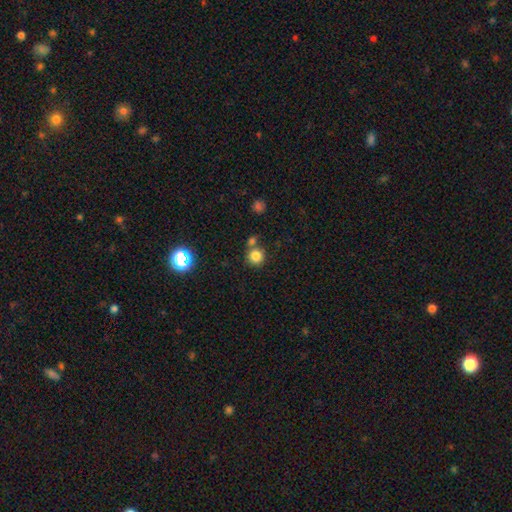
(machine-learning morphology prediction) A smooth galaxy with no disk features (81%) that is round (92%). Merging: none (67%).